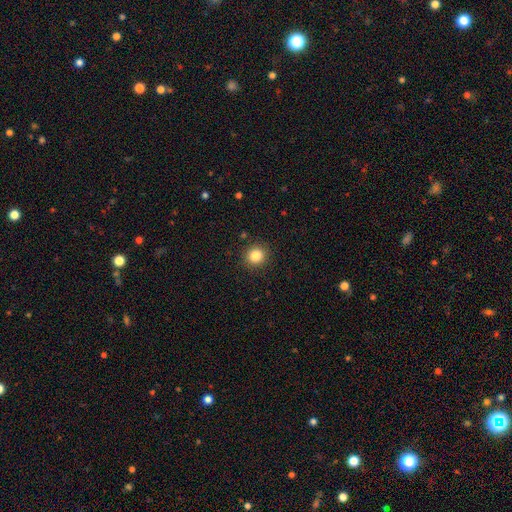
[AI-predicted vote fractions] Q: Smooth or featured?
A: smooth (84%); runner-up: star or artifact (11%)
Q: How rounded?
A: round (90%); runner-up: in between (9%)
Q: Merging?
A: none (90%); runner-up: minor disturbance (6%)